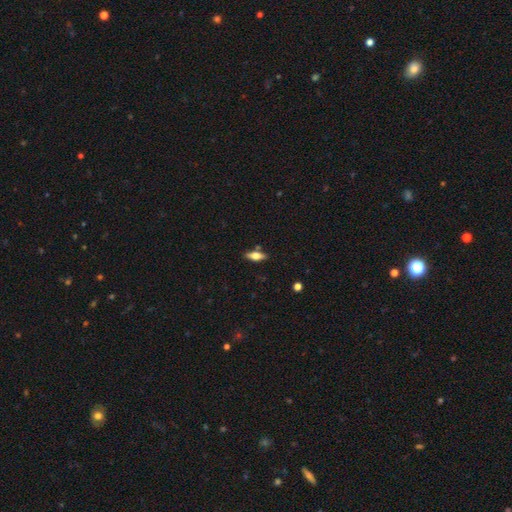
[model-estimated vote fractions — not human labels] smooth 50%, featured or disk 42%, star or artifact 8%. Down the decision tree: how rounded — in between (61%); merging — none (82%).